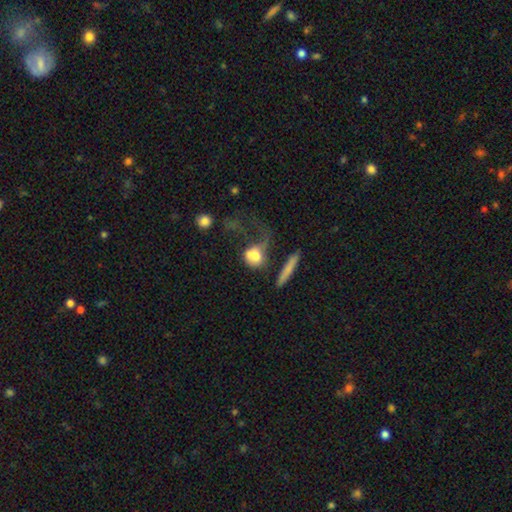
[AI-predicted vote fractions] The model was most divided on "how rounded": round: 50%, in between: 42%, cigar-shaped: 8%. Remaining: smooth or featured — smooth (67%); merging — major disturbance (49%).